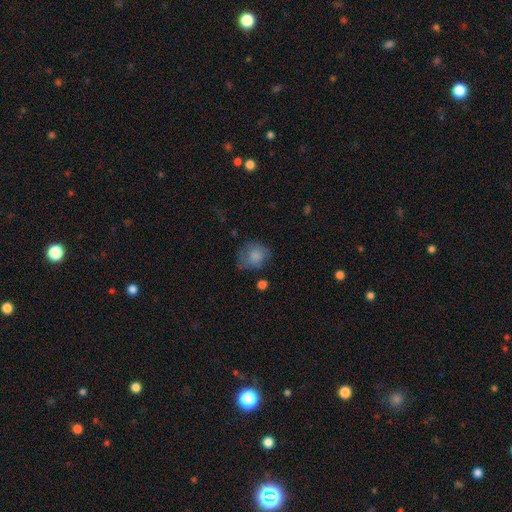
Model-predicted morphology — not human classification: Smooth or featured?
  - smooth: 76% *
  - featured or disk: 15%
  - star or artifact: 9%
How rounded?
  - round: 67% *
  - in between: 32%
  - cigar-shaped: 1%
Merging?
  - none: 54% *
  - minor disturbance: 28%
  - major disturbance: 15%
  - merger: 3%